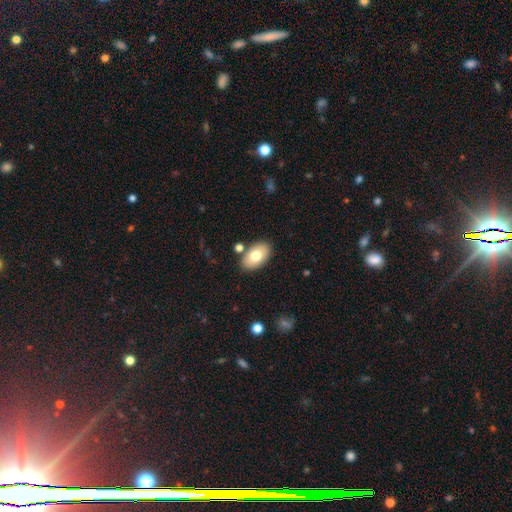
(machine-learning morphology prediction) This appears to be a smooth galaxy with no disk features (75%) that is in between round and cigar-shaped (93%). Merging: none (82%).